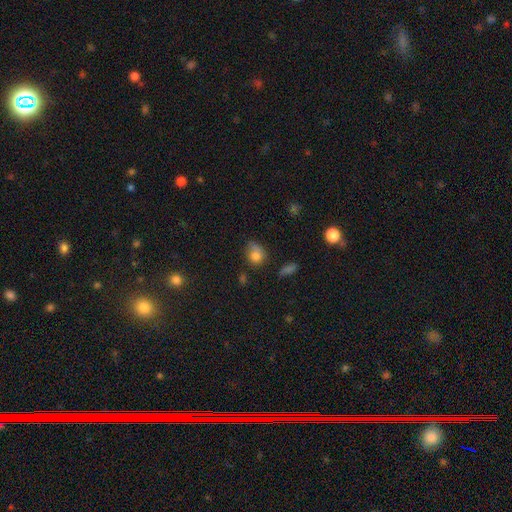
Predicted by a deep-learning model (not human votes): A smooth galaxy with no disk features (78%) that is round (53%). Merging: none (43%).